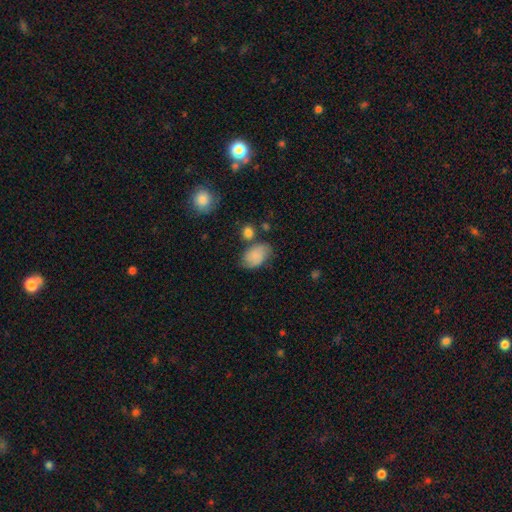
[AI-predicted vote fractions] Morphology: type=smooth (74%); roundness=in between (87%); merging=none (57%).